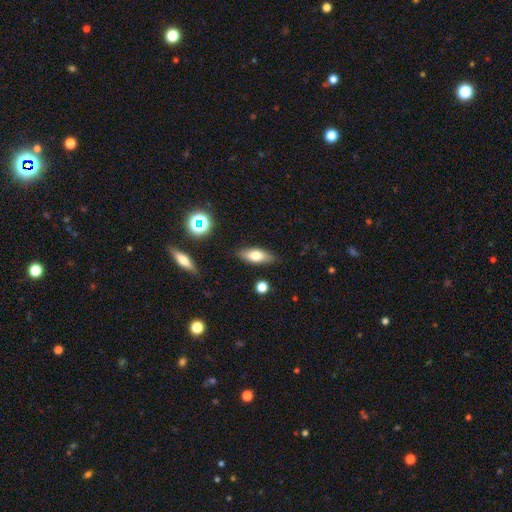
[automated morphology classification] Smooth or featured: smooth — 69% (featured or disk — 22%)
How rounded: in between — 74% (cigar-shaped — 23%)
Merging: none — 85% (minor disturbance — 10%)